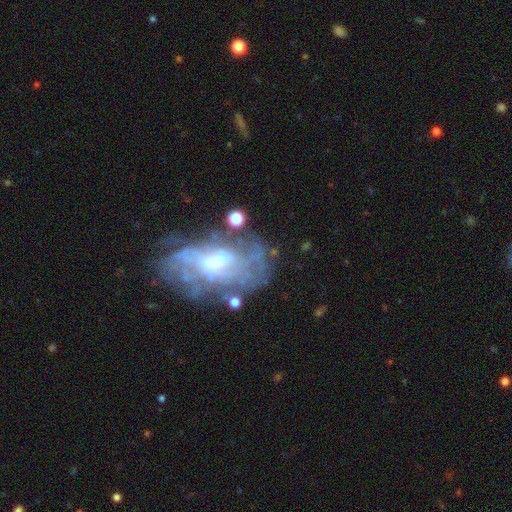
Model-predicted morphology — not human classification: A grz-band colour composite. It shows a featured or disk galaxy (69%) with no bar (52%), spiral arms (50%, tied with no) and a moderate central bulge (47%). Merging: none (43%).